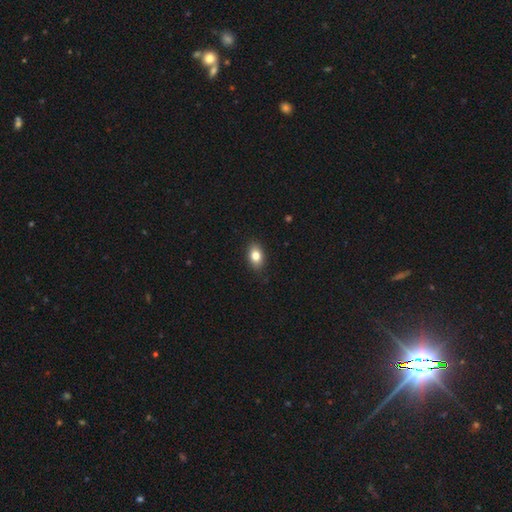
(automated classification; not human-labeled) Smooth or featured?
  - smooth: 82% *
  - featured or disk: 9%
  - star or artifact: 9%
How rounded?
  - in between: 84% *
  - round: 14%
  - cigar-shaped: 2%
Merging?
  - none: 87% *
  - minor disturbance: 10%
  - major disturbance: 2%
  - merger: 1%